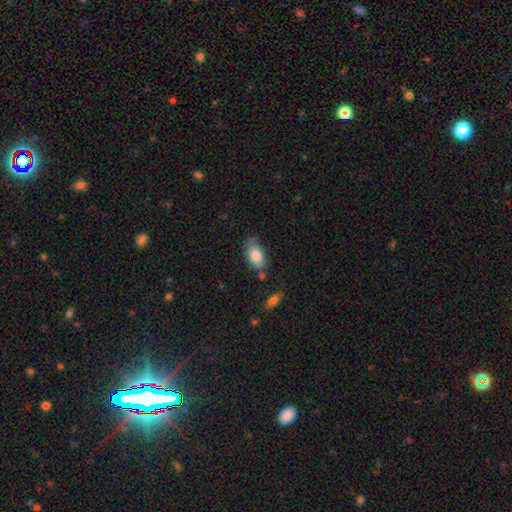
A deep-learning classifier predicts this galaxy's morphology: A smooth galaxy with no disk features (83%) that is in between round and cigar-shaped (92%). Merging: none (59%).